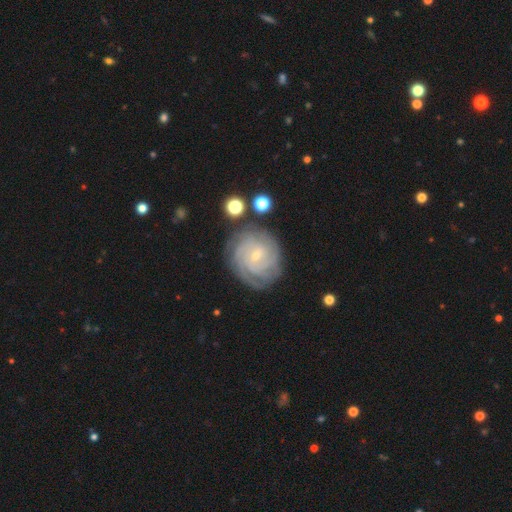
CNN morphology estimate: This is clearly a featured or disk galaxy (83%). It is clearly not viewed edge-on (98%). Bar: possibly no (50%). Spiral arm pattern: clearly yes (97%). Spiral arm count: marginally can't tell (32%). Spiral winding: likely tight (80%). Central bulge: likely small (75%). Merging: likely none (77%).